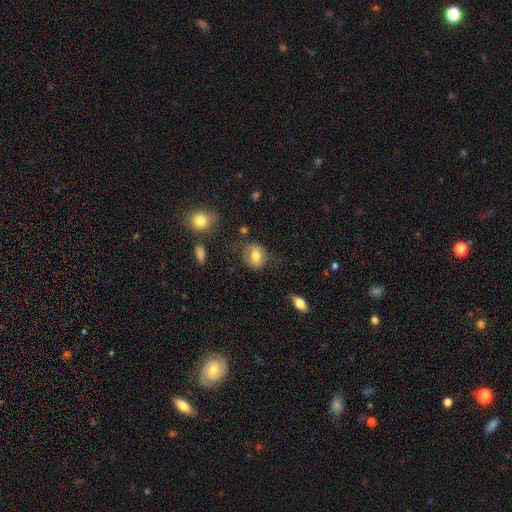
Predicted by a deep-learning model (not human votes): Morphology: type=smooth (61%); roundness=in between (52%); merging=none (64%).